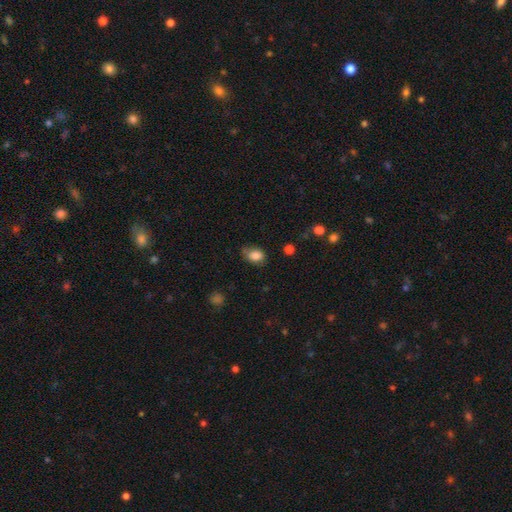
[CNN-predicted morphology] smooth-or-featured: smooth: 84% | star or artifact: 9% | featured or disk: 7%
  how-rounded: in between: 71% | round: 28% | cigar-shaped: 1%
  merging: none: 60% | minor disturbance: 30% | major disturbance: 7% | merger: 3%